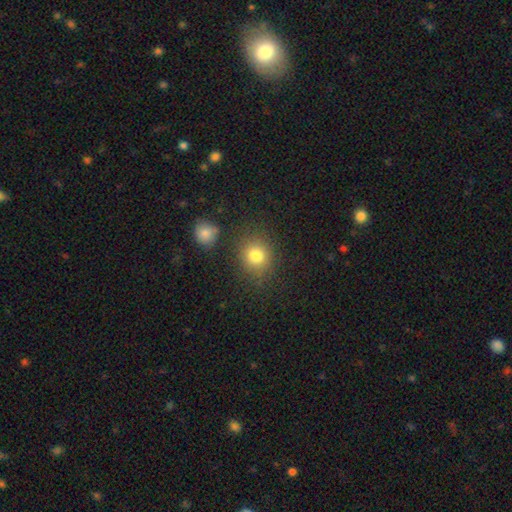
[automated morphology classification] A smooth galaxy with no disk features (80%) that is round (78%). Merging: none (81%).